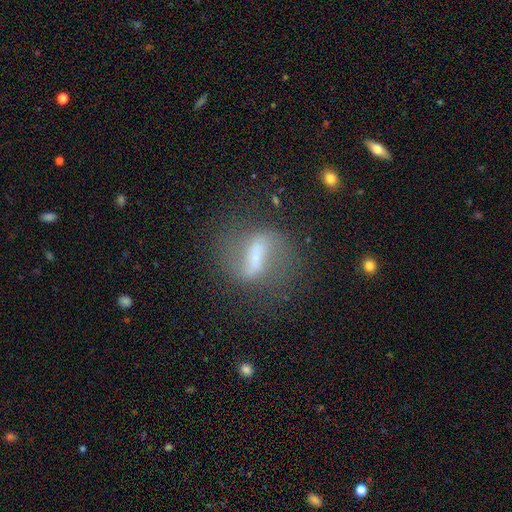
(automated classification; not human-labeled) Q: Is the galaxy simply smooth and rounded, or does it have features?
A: featured or disk — 74%.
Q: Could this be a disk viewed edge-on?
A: no — 91%.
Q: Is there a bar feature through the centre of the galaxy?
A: strong — 64%.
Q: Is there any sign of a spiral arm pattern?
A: yes — 83%.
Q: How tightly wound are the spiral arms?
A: loose — 66%.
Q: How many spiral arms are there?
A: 2 — 88%.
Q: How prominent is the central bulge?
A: small — 48%.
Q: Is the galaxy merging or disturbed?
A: none — 68%.